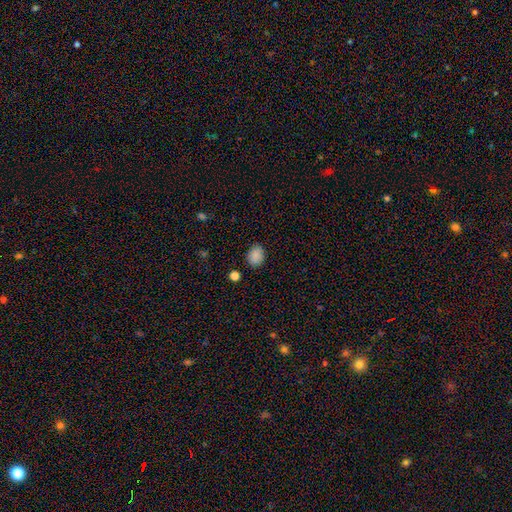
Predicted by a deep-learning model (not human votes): smooth_or_featured: smooth (p=0.88) [alt: star or artifact p=0.09]
how_rounded: in between (p=0.62) [alt: round p=0.37]
merging: none (p=0.86) [alt: minor disturbance p=0.10]